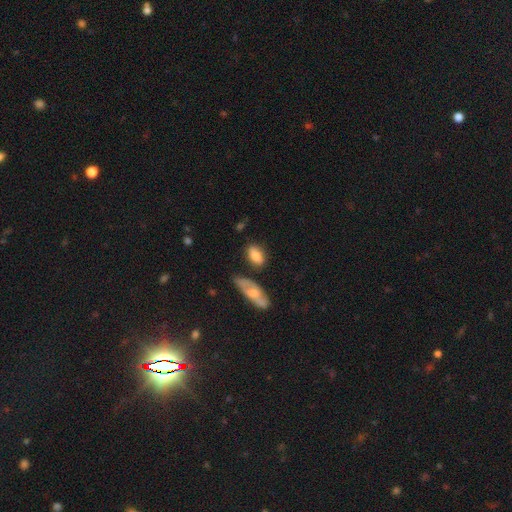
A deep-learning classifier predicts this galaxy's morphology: Smooth or featured? Predicted: smooth (p=0.76). How rounded? Predicted: in between (p=0.84). Merging? Predicted: none (p=0.70).